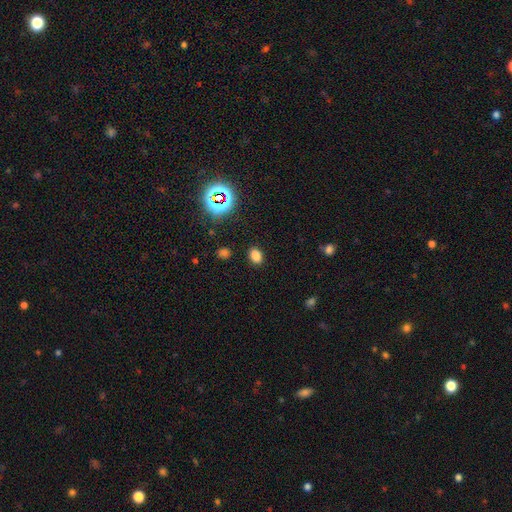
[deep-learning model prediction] Q: Smooth or featured?
A: smooth (76%); runner-up: star or artifact (18%)
Q: How rounded?
A: in between (69%); runner-up: round (30%)
Q: Merging?
A: none (87%); runner-up: minor disturbance (9%)